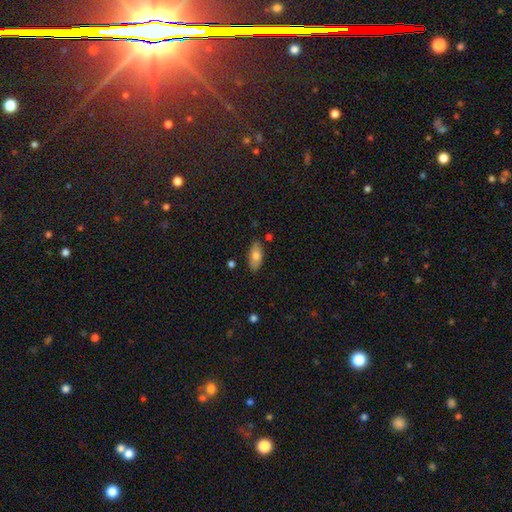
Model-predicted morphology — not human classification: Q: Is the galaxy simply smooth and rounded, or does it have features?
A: smooth — 75%.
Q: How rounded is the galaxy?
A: in between — 88%.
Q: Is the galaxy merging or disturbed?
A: none — 83%.